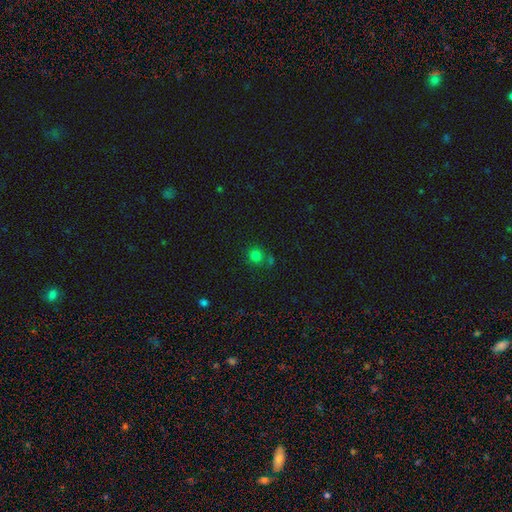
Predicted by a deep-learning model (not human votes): smooth_or_featured: smooth (p=0.76) [alt: star or artifact p=0.18]
how_rounded: round (p=0.89) [alt: in between p=0.10]
merging: none (p=0.70) [alt: merger p=0.17]